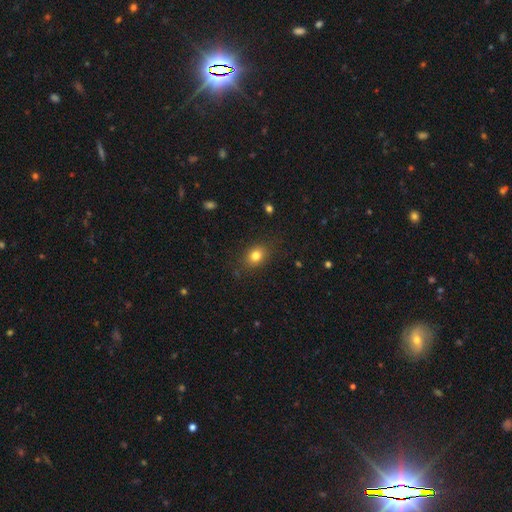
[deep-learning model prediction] Smooth or featured? Predicted: smooth (p=0.80). How rounded? Predicted: in between (p=0.55). Merging? Predicted: none (p=0.84).